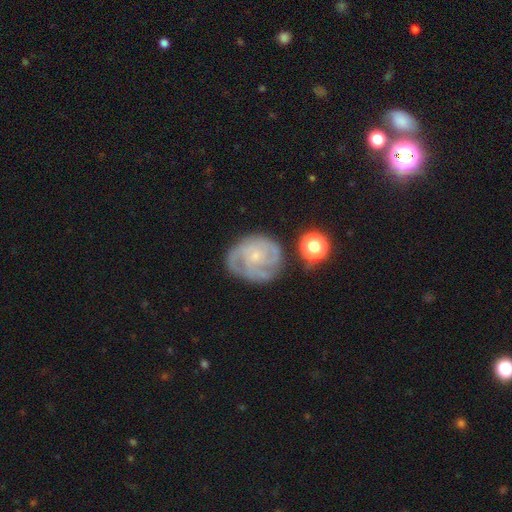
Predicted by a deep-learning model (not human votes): This appears to be a featured or disk galaxy (79%) with no bar (76%), 3 (31%) tight (59%) spiral arms (92%) and a small central bulge (80%). Merging: none (65%).